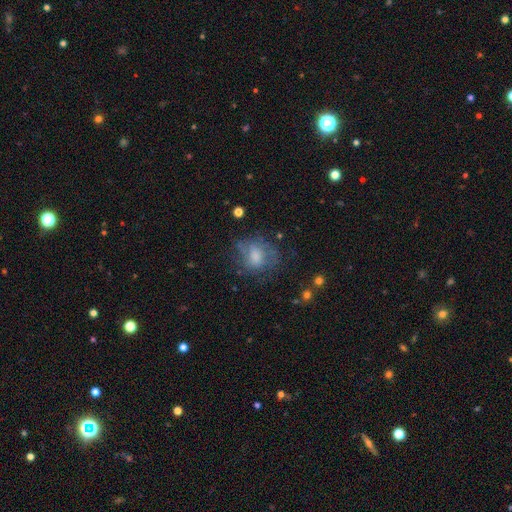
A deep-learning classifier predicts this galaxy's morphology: Smooth or featured? smooth (54%)
How rounded? round (51%)
Merging? none (49%)